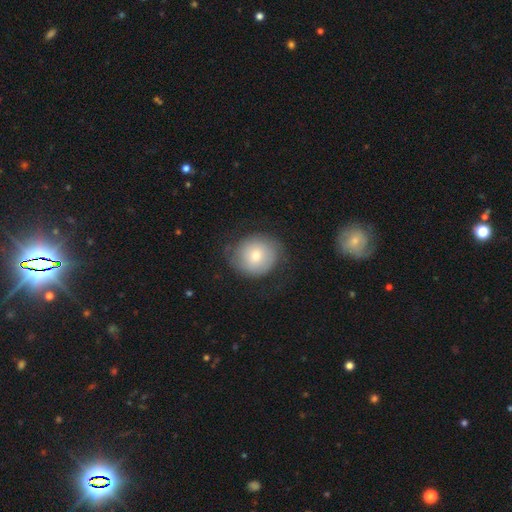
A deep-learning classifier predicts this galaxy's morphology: Smooth or featured? smooth (57%)
How rounded? round (82%)
Merging? none (68%)